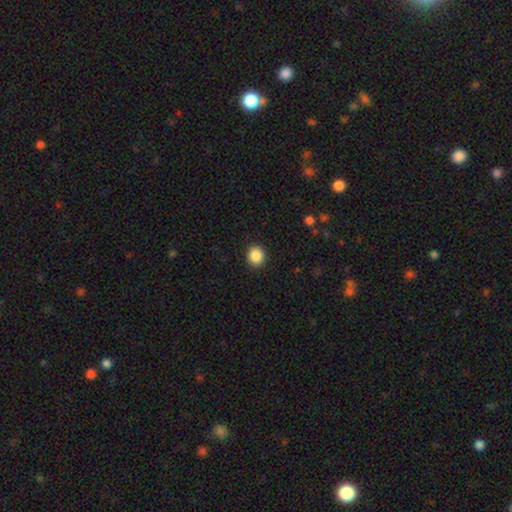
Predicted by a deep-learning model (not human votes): Smooth or featured?
  - smooth: 88% *
  - star or artifact: 9%
  - featured or disk: 3%
How rounded?
  - round: 81% *
  - in between: 18%
  - cigar-shaped: 1%
Merging?
  - none: 91% *
  - minor disturbance: 6%
  - major disturbance: 2%
  - merger: 1%